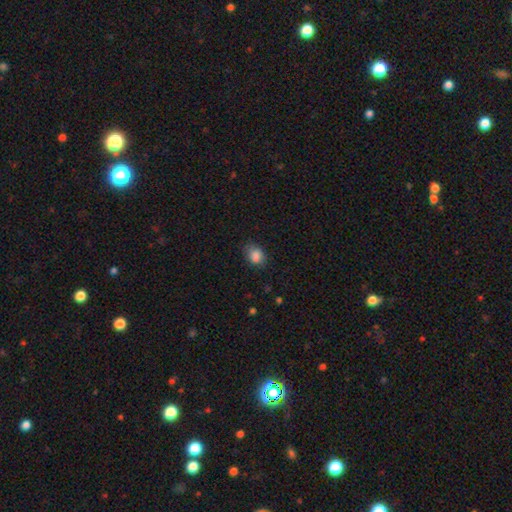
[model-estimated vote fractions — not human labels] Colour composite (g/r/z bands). It shows a smooth galaxy with no disk features (85%) that is in between round and cigar-shaped (60%). Merging: none (68%).